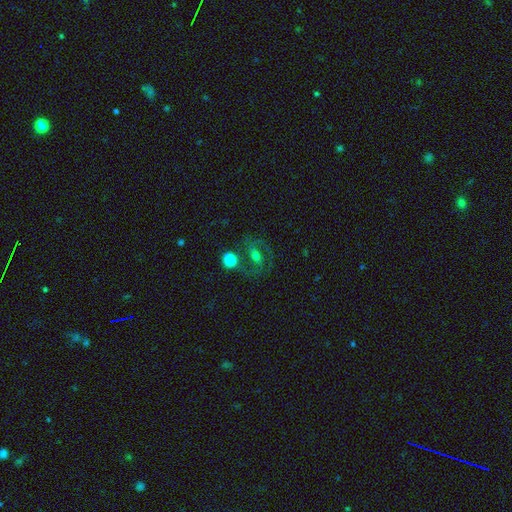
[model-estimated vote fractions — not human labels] This is possibly a featured or disk galaxy (60%). It is clearly not viewed edge-on (95%). Bar: marginally weak (39%). Spiral arm pattern: likely yes (80%). Central bulge: possibly moderate (60%). Merging: possibly none (58%).